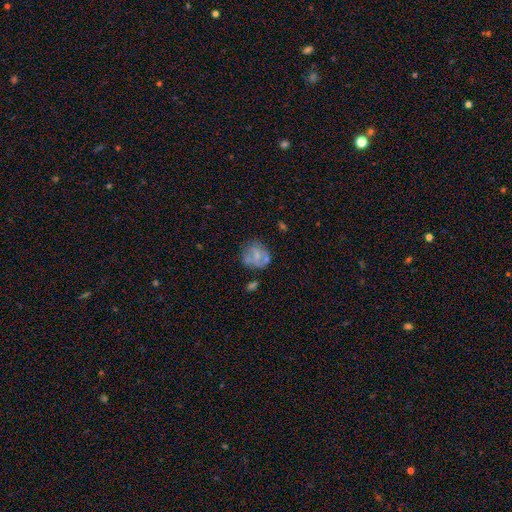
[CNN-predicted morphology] A featured or disk galaxy (45%, tied with smooth).

Vote fractions:
- Smooth or featured? featured or disk: 45% (tied) / smooth: 45% (tied) / star or artifact: 10%
- Merging? none: 53% / minor disturbance: 22% / major disturbance: 15% / merger: 10%